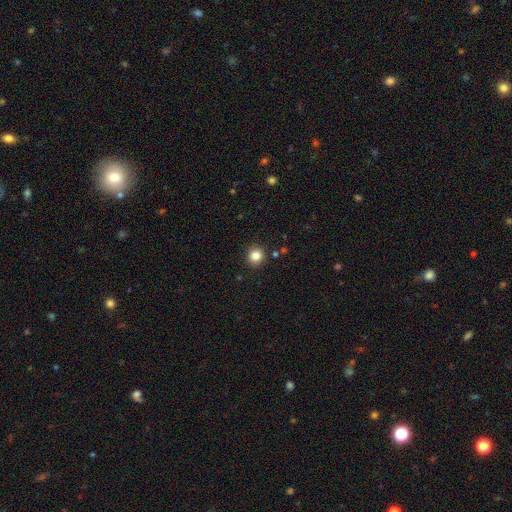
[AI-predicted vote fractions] The model was most divided on "smooth or featured": smooth: 84%, star or artifact: 11%, featured or disk: 5%. More confident: how rounded — round (90%); merging — none (90%).